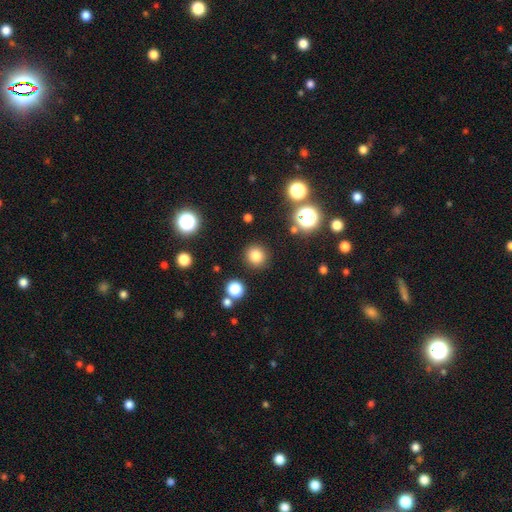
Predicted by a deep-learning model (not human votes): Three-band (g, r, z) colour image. It shows a smooth galaxy with no disk features (80%) that is round (93%). Merging: none (89%).